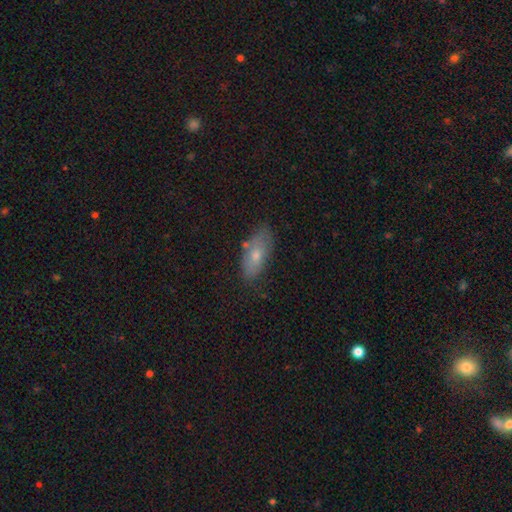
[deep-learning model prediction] Smooth or featured: smooth — 64% (featured or disk — 28%)
How rounded: in between — 86% (cigar-shaped — 10%)
Merging: none — 67% (minor disturbance — 23%)